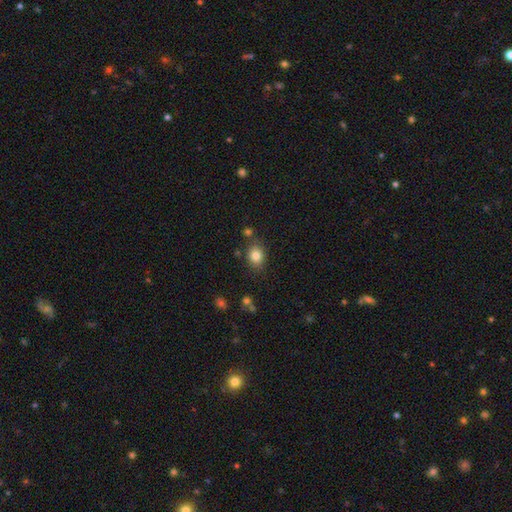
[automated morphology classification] Smooth or featured?
  - smooth: 82% *
  - star or artifact: 11%
  - featured or disk: 7%
How rounded?
  - in between: 53% *
  - round: 46%
  - cigar-shaped: 1%
Merging?
  - none: 79% *
  - minor disturbance: 13%
  - merger: 5%
  - major disturbance: 3%